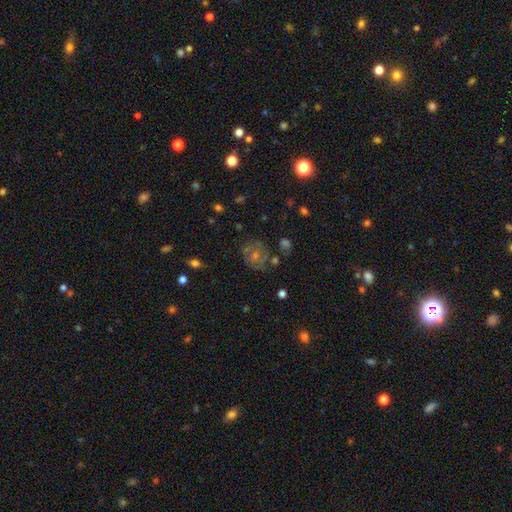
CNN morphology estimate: A featured or disk galaxy (45%). Merging: none (71%).